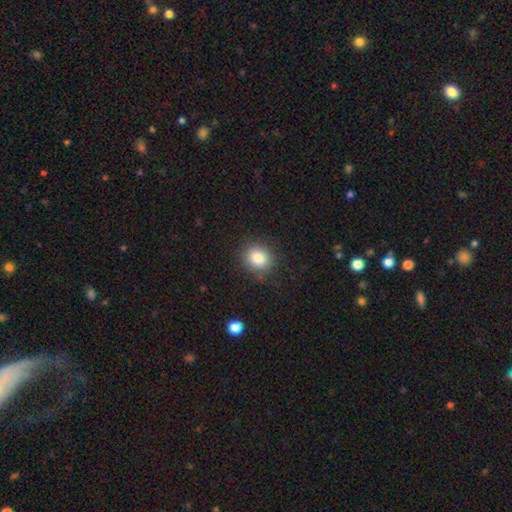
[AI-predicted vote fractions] Smooth or featured? smooth (83%)
How rounded? round (77%)
Merging? none (87%)